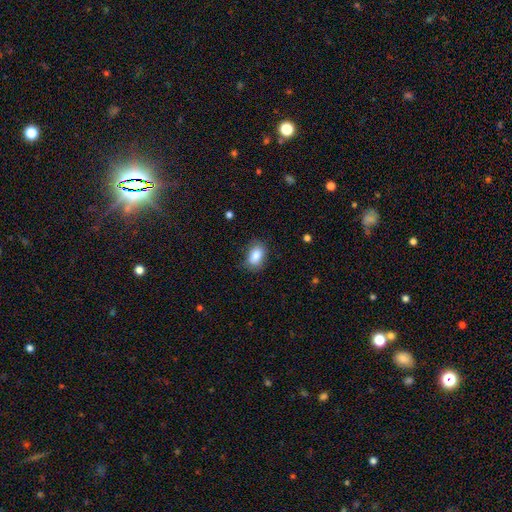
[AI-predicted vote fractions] Smooth or featured? smooth (86%)
How rounded? in between (85%)
Merging? none (74%)